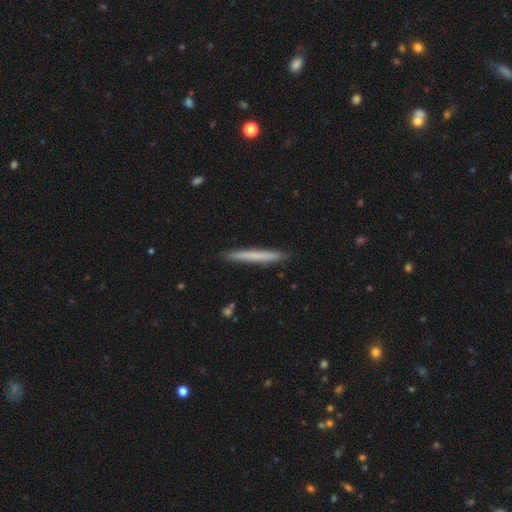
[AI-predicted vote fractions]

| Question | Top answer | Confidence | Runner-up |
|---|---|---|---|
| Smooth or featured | smooth | 67% | featured or disk (27%) |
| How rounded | cigar-shaped | 97% | in between (2%) |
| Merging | none | 92% | minor disturbance (6%) |